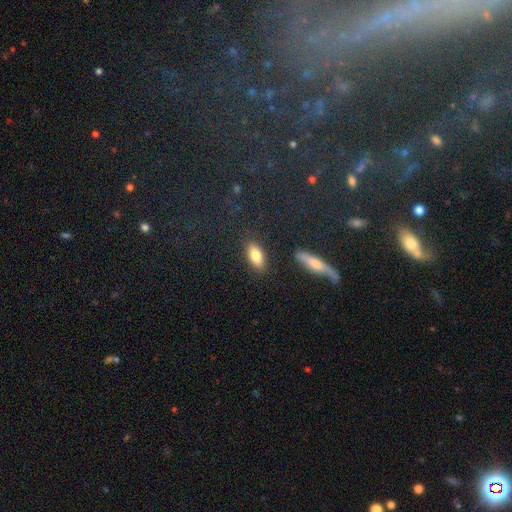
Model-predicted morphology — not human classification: The model was most divided on "how rounded": in between: 81%, cigar-shaped: 15%, round: 4%. More confident: merging — none (85%); smooth or featured — smooth (81%).